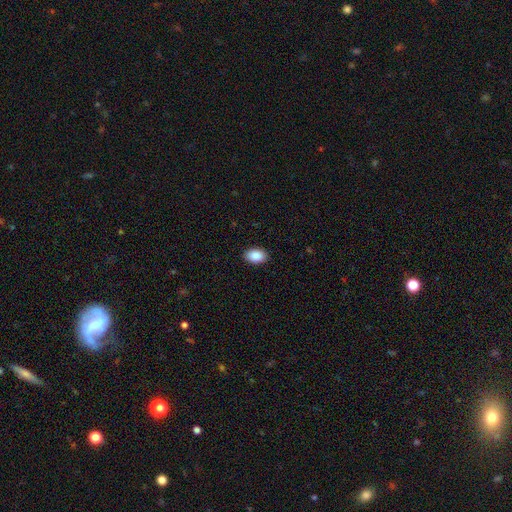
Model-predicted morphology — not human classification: This is clearly a smooth galaxy (90%). How rounded: clearly in between (90%). Merging: clearly none (89%).